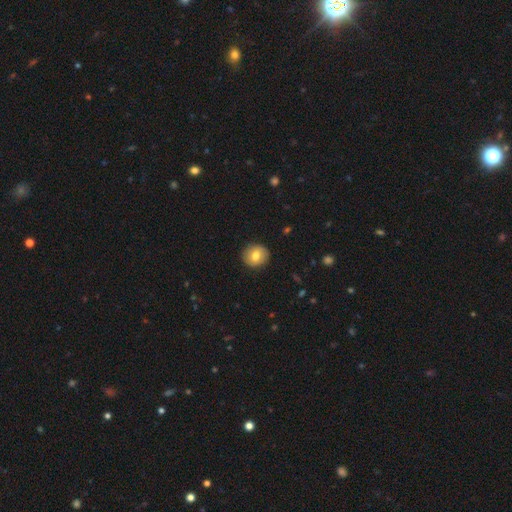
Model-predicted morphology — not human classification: A smooth galaxy with no disk features (74%) that is round (85%). Merging: none (89%).